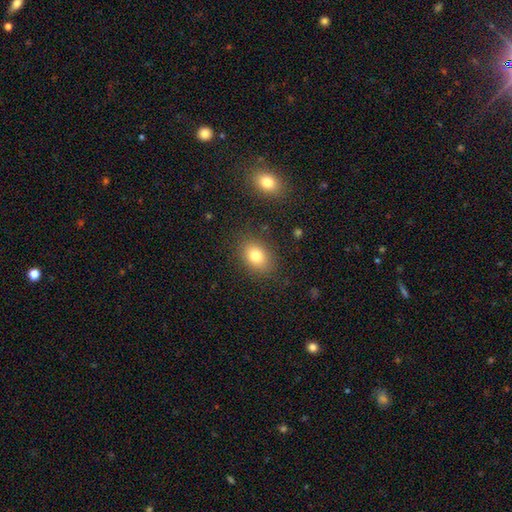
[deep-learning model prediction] The model was most divided on "how rounded": in between: 72%, round: 27%, cigar-shaped: 1%. More confident: merging — none (83%); smooth or featured — smooth (80%).